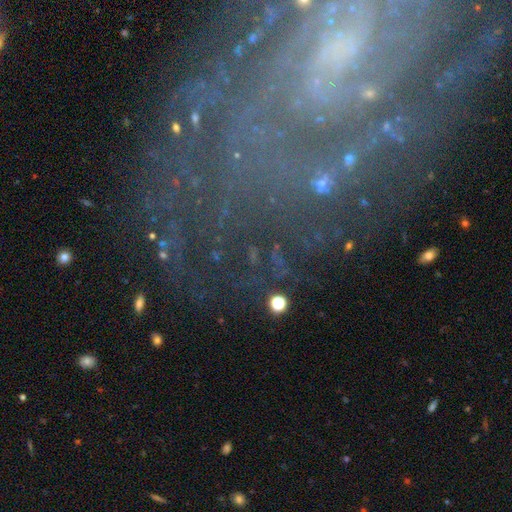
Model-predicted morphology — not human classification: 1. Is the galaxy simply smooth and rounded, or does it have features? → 70% featured or disk, 18% star or artifact, 12% smooth.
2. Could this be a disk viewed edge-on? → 94% no, 6% yes.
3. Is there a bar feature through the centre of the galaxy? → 63% no, 24% weak, 13% strong.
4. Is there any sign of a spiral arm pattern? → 73% yes, 27% no.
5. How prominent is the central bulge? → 43% small, 30% none, 19% moderate, 5% large, 3% dominant.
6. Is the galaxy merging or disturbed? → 66% none, 17% minor disturbance, 14% major disturbance, 3% merger.